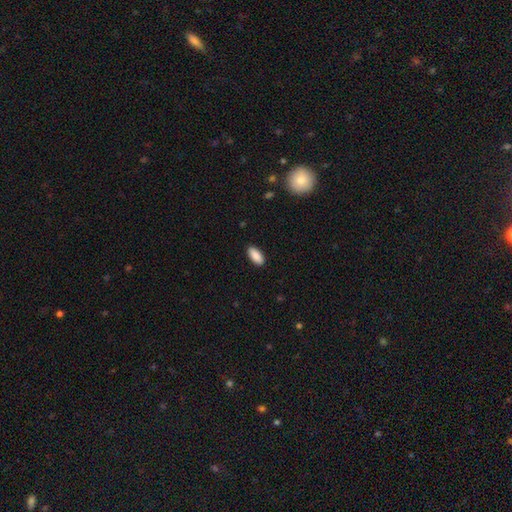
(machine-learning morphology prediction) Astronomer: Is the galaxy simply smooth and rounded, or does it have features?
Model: smooth — 90%.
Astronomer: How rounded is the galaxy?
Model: in between — 89%.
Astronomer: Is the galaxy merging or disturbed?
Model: none — 89%.